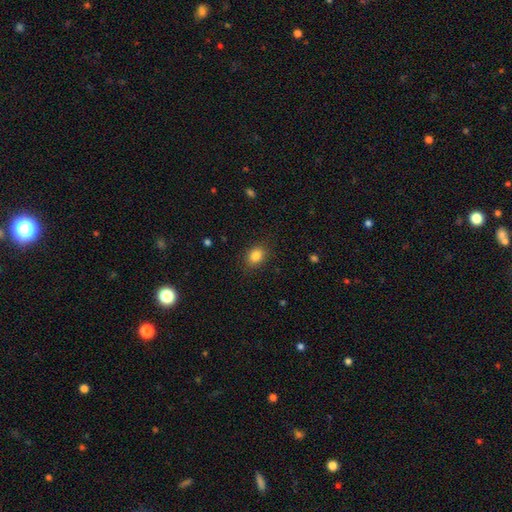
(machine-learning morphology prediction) Smooth or featured? Predicted: smooth (p=0.84). How rounded? Predicted: in between (p=0.62). Merging? Predicted: none (p=0.85).